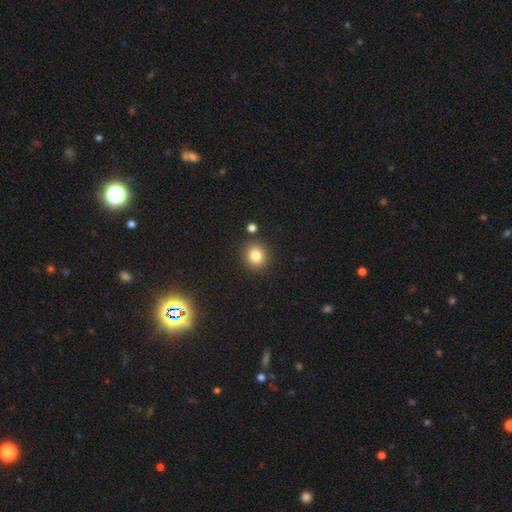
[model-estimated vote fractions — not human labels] Smooth or featured? Predicted: smooth (p=0.82). How rounded? Predicted: round (p=0.86). Merging? Predicted: none (p=0.87).